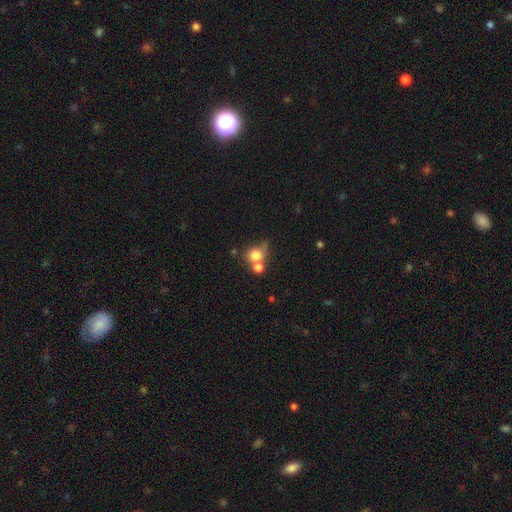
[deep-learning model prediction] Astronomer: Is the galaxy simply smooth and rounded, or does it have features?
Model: smooth — 78%.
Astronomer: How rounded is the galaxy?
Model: round — 73%.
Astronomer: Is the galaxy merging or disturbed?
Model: merger — 44% (runner-up: none, 38%).